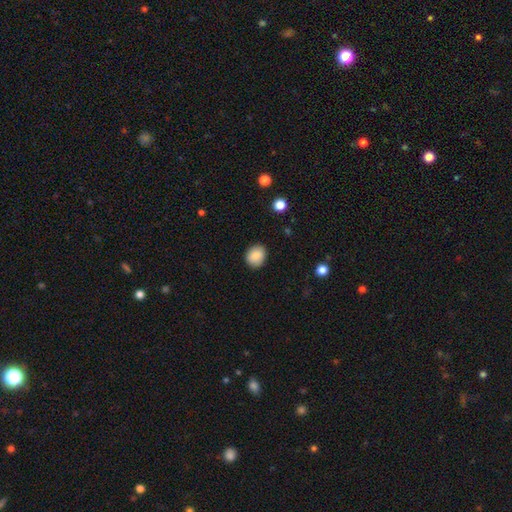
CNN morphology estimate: Smooth or featured? smooth (88%)
How rounded? round (60%)
Merging? none (87%)